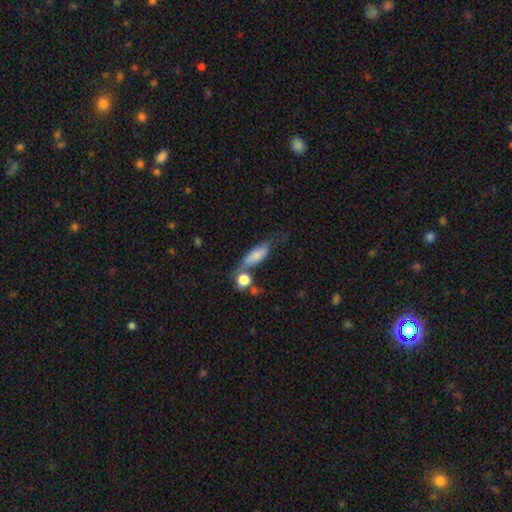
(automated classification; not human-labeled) smooth_or_featured: smooth (p=0.75) [alt: featured or disk p=0.17]
how_rounded: in between (p=0.67) [alt: cigar-shaped p=0.26]
merging: none (p=0.39) [alt: merger p=0.29]